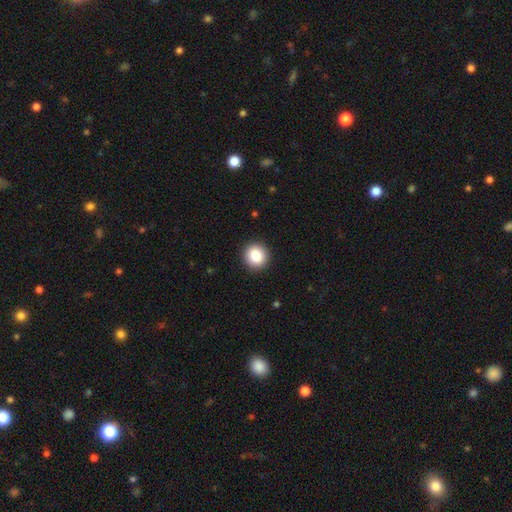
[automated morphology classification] This is clearly a smooth galaxy (86%). How rounded: clearly round (89%). Merging: clearly none (92%).